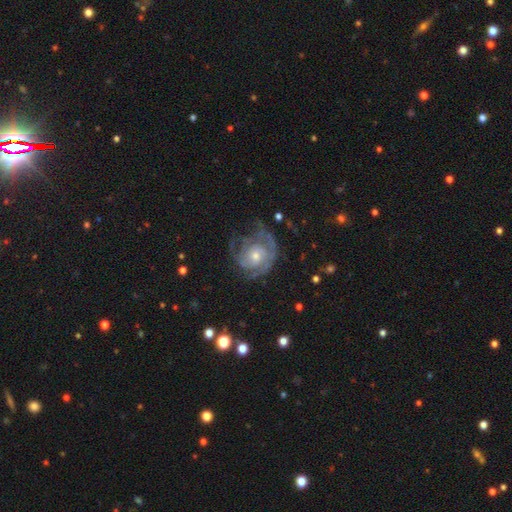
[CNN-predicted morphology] Smooth or featured? Predicted: featured or disk (p=0.78). Edge-on disk? Predicted: no (p=0.97). Bar? Predicted: no (p=0.78). Spiral arms? Predicted: yes (p=0.87). Spiral winding? Predicted: tight (p=0.61). Spiral arm count? Predicted: can't tell (p=0.41). Bulge size? Predicted: moderate (p=0.48). Merging? Predicted: none (p=0.57).